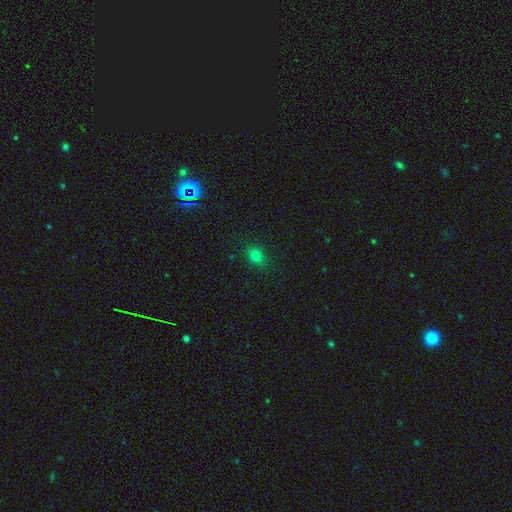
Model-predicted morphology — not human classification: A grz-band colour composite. It shows a smooth galaxy with no disk features (76%) that is round (51%). Merging: none (85%).